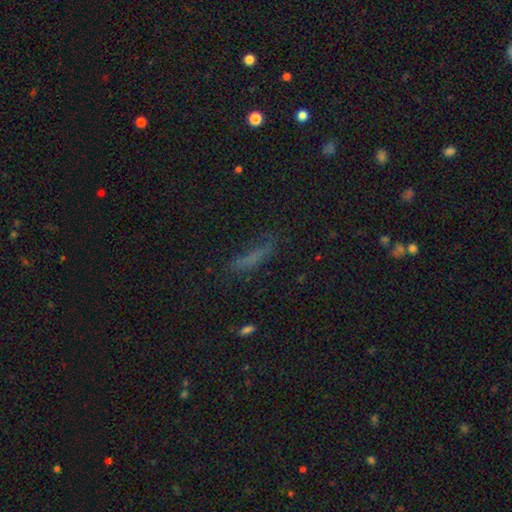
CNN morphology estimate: Smooth or featured? smooth (61%)
How rounded? cigar-shaped (76%)
Merging? none (61%)